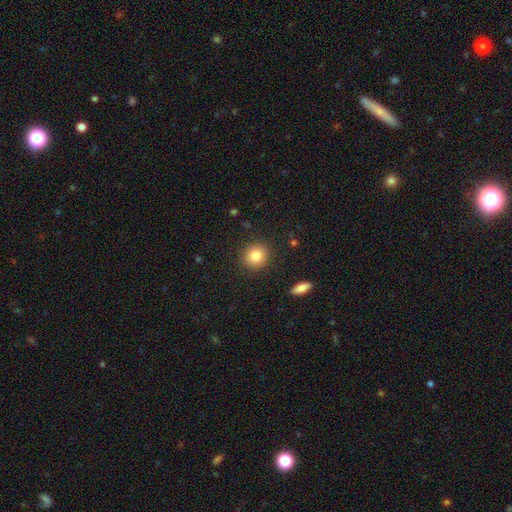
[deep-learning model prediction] This appears to be a smooth galaxy with no disk features (84%) that is round (88%). Merging: none (90%).